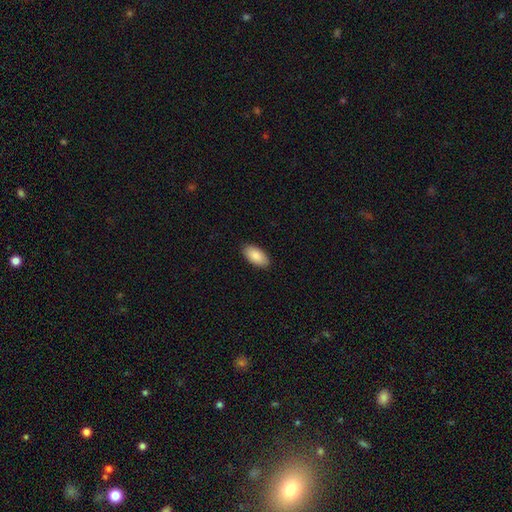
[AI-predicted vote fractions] A smooth galaxy with no disk features (87%) that is in between round and cigar-shaped (95%).

Vote fractions:
- Smooth or featured? smooth: 87% / featured or disk: 7% / star or artifact: 6%
- How rounded? in between: 95% / cigar-shaped: 3% / round: 2%
- Merging? none: 90% / minor disturbance: 8% / major disturbance: 2% / merger: 1%